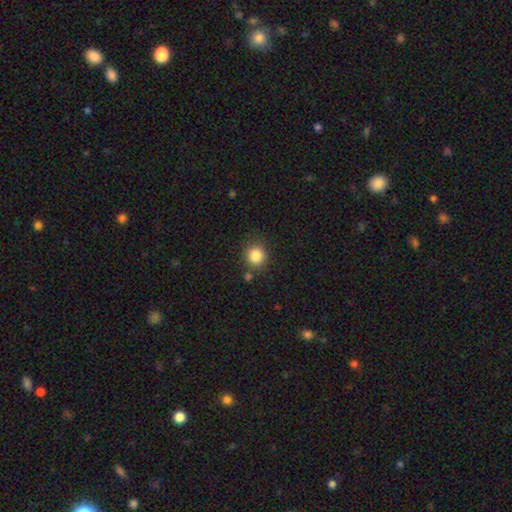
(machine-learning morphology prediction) smooth-or-featured: smooth: 85% | star or artifact: 10% | featured or disk: 4%
  how-rounded: round: 88% | in between: 11% | cigar-shaped: 1%
  merging: none: 81% | minor disturbance: 10% | merger: 6% | major disturbance: 3%